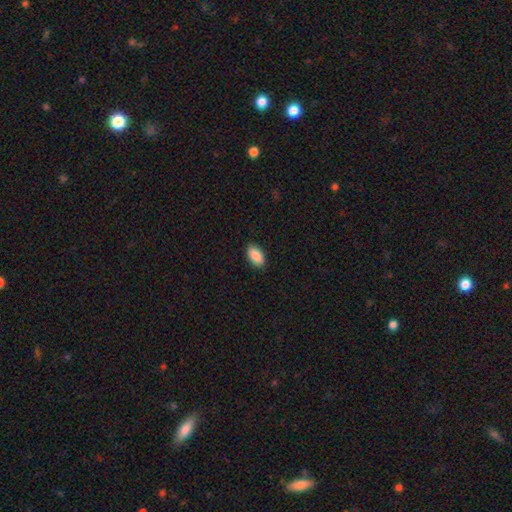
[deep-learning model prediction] Q: Smooth or featured?
A: smooth (90%); runner-up: star or artifact (7%)
Q: How rounded?
A: in between (94%); runner-up: round (4%)
Q: Merging?
A: none (89%); runner-up: minor disturbance (8%)